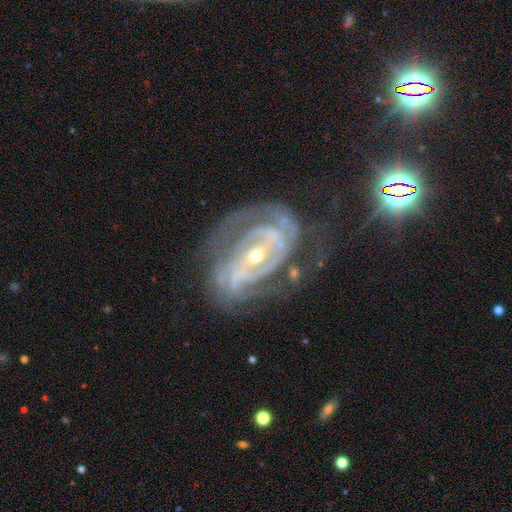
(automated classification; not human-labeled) This is clearly a featured or disk galaxy (90%). It is clearly not viewed edge-on (96%). Bar: marginally strong (41%). Spiral arm pattern: clearly yes (96%). Spiral arm count: marginally 2 (44%). Spiral winding: likely tight (62%). Central bulge: possibly small (59%). Merging: possibly none (60%).